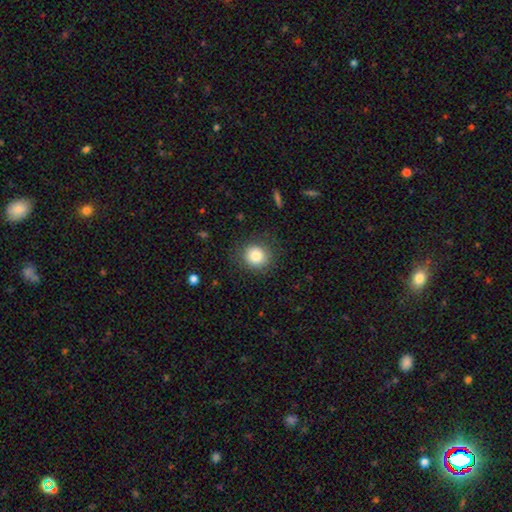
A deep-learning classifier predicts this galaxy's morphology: Smooth or featured? Predicted: smooth (p=0.83). How rounded? Predicted: round (p=0.86). Merging? Predicted: none (p=0.85).